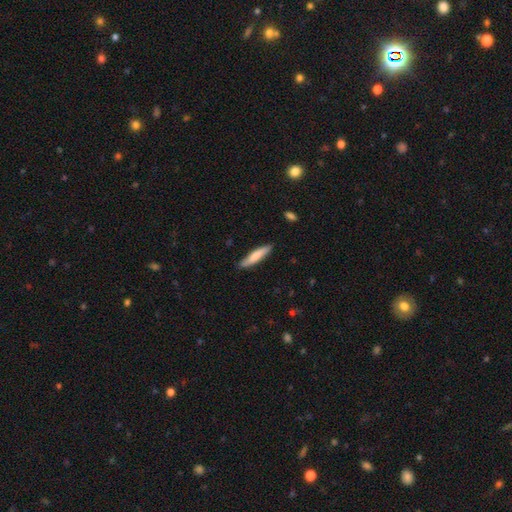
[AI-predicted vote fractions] smooth_or_featured: smooth (p=0.73) [alt: featured or disk p=0.21]
how_rounded: cigar-shaped (p=0.84) [alt: in between p=0.15]
merging: none (p=0.85) [alt: minor disturbance p=0.12]